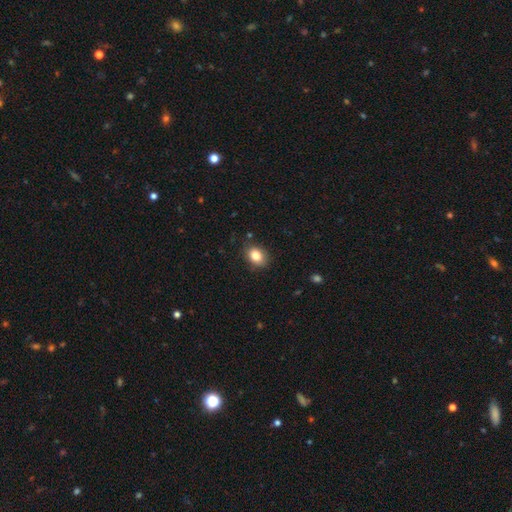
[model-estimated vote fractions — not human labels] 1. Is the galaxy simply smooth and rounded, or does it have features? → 83% smooth, 9% star or artifact, 7% featured or disk.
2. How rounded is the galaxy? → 61% in between, 38% round, 1% cigar-shaped.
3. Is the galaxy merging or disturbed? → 85% none, 11% minor disturbance, 3% major disturbance, 1% merger.